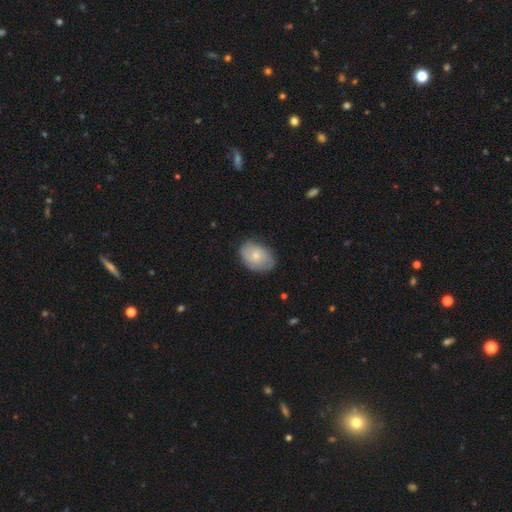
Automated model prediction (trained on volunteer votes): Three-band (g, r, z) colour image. It shows a smooth galaxy with no disk features (62%) that is in between round and cigar-shaped (78%). Merging: none (73%).